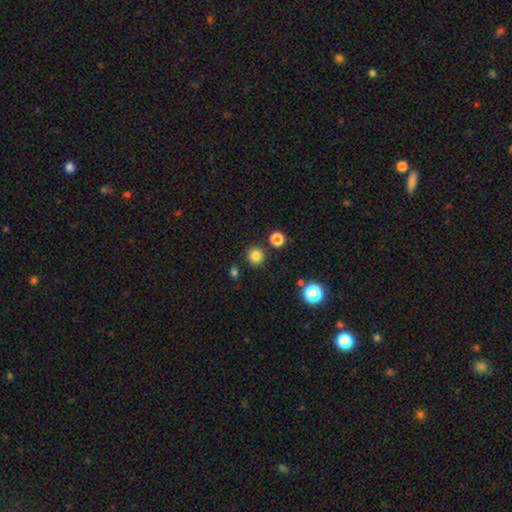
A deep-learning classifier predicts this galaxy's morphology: smooth_or_featured: smooth (p=0.83) [alt: star or artifact p=0.13]
how_rounded: round (p=0.94) [alt: in between p=0.05]
merging: none (p=0.87) [alt: minor disturbance p=0.06]